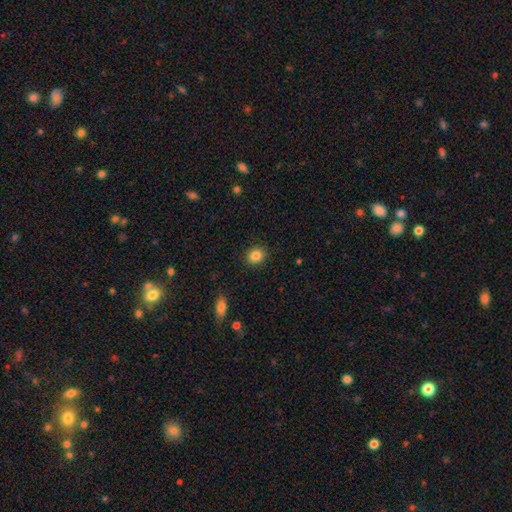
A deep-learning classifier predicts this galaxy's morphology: smooth 85%, star or artifact 10%, featured or disk 5%. Down the decision tree: how rounded — round (69%); merging — none (90%).